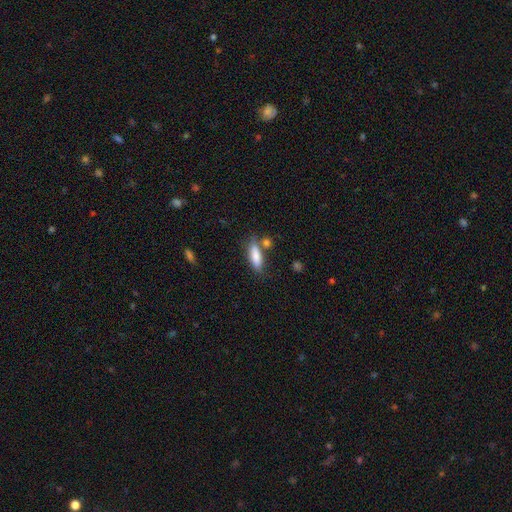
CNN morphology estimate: Smooth or featured? smooth (81%)
How rounded? in between (54%)
Merging? none (67%)